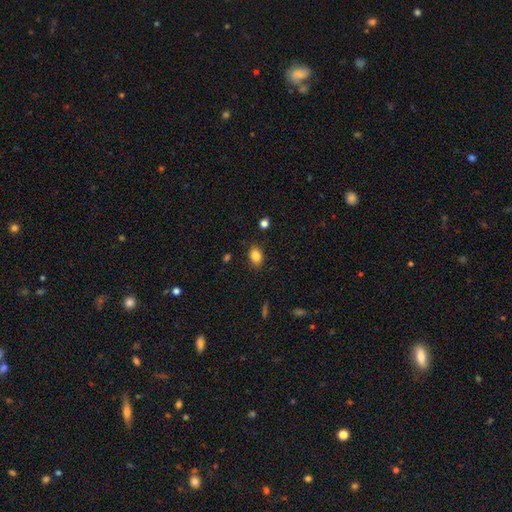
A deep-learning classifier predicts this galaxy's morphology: Smooth or featured: smooth — 84% (star or artifact — 10%)
How rounded: in between — 77% (round — 22%)
Merging: none — 86% (minor disturbance — 10%)